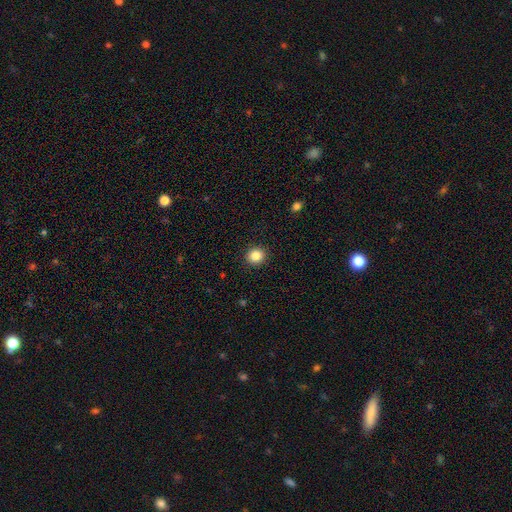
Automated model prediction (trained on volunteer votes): Smooth or featured? Predicted: smooth (p=0.85). How rounded? Predicted: round (p=0.89). Merging? Predicted: none (p=0.92).